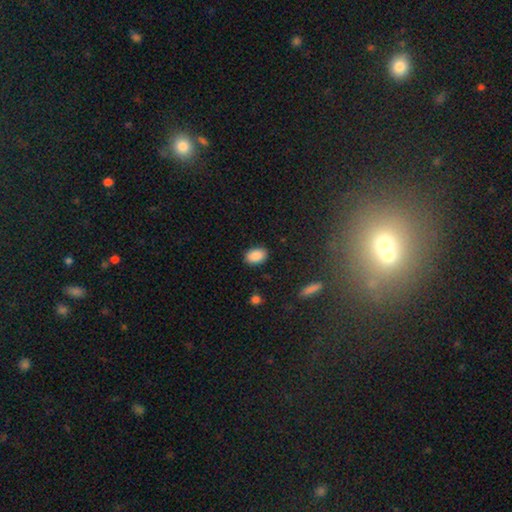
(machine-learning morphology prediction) This appears to be a smooth galaxy with no disk features (89%) that is in between round and cigar-shaped (85%). Merging: none (87%).